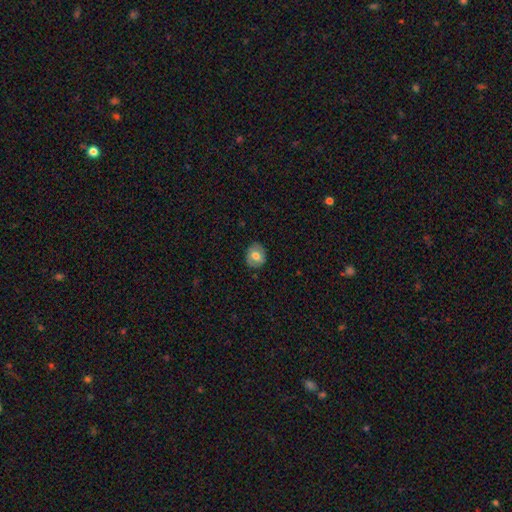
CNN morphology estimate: This appears to be a smooth galaxy with no disk features (68%) that is round (71%). Merging: none (86%).